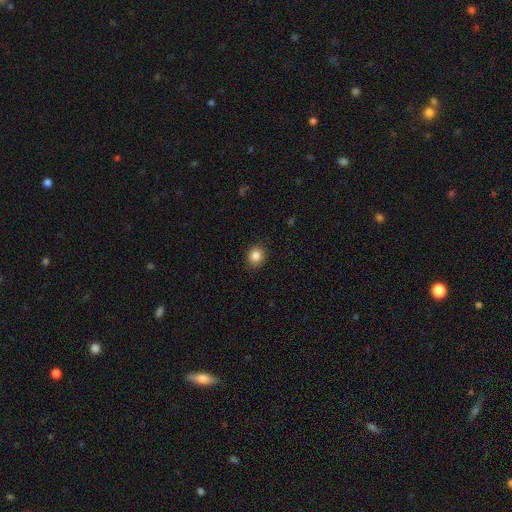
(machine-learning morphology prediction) Q: Smooth or featured?
A: smooth (85%); runner-up: star or artifact (10%)
Q: How rounded?
A: round (70%); runner-up: in between (29%)
Q: Merging?
A: none (88%); runner-up: minor disturbance (9%)